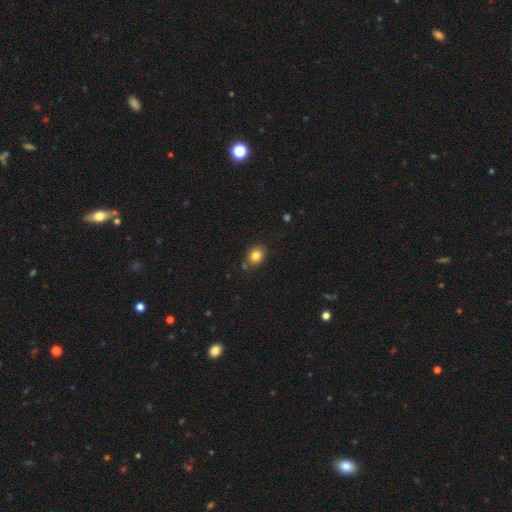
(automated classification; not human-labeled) This appears to be a smooth galaxy with no disk features (83%) that is round (56%). Merging: none (79%).